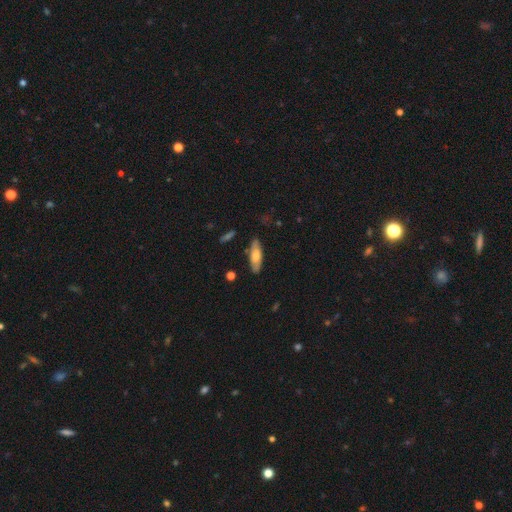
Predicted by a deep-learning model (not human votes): This appears to be a smooth galaxy with no disk features (62%) that is in between round and cigar-shaped (57%). Merging: none (82%).